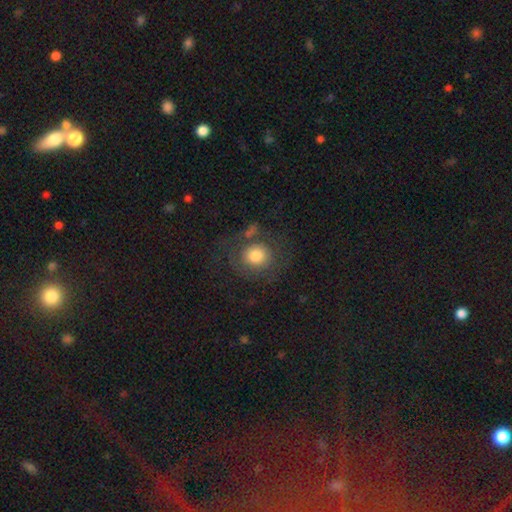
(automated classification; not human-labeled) Smooth or featured? smooth (67%)
How rounded? round (82%)
Merging? none (62%)